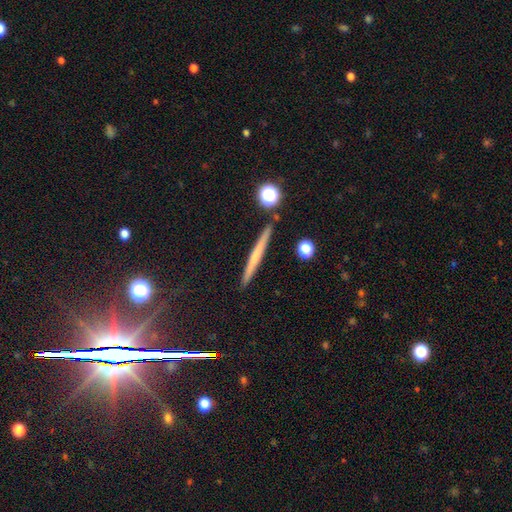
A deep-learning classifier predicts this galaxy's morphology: smooth 48%, featured or disk 42%, star or artifact 10%. Down the decision tree: merging — none (90%).